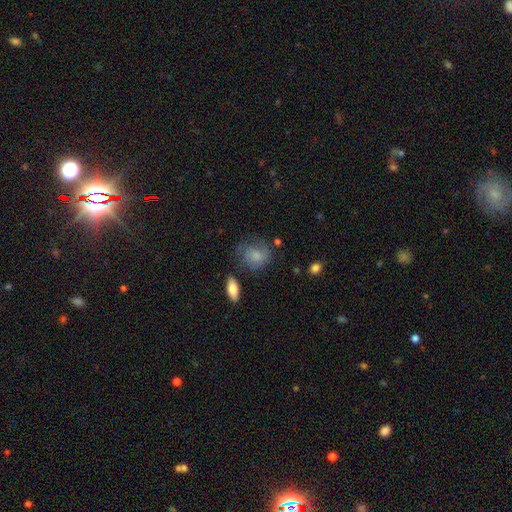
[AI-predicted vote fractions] Smooth or featured?
  - smooth: 60% *
  - featured or disk: 31%
  - star or artifact: 9%
How rounded?
  - round: 59% *
  - in between: 39%
  - cigar-shaped: 2%
Merging?
  - none: 55% *
  - minor disturbance: 26%
  - major disturbance: 16%
  - merger: 3%